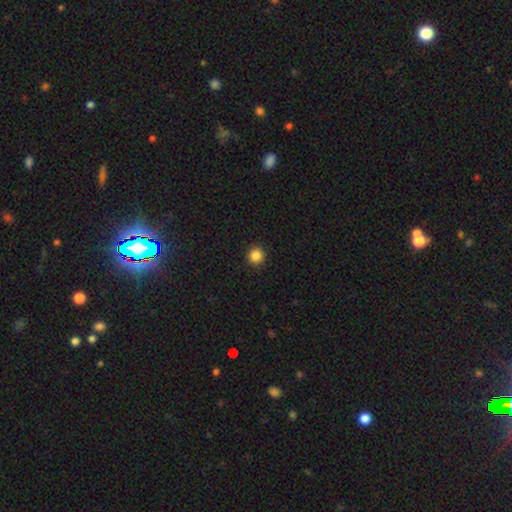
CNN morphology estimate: Smooth or featured? Predicted: smooth (p=0.86). How rounded? Predicted: round (p=0.94). Merging? Predicted: none (p=0.93).